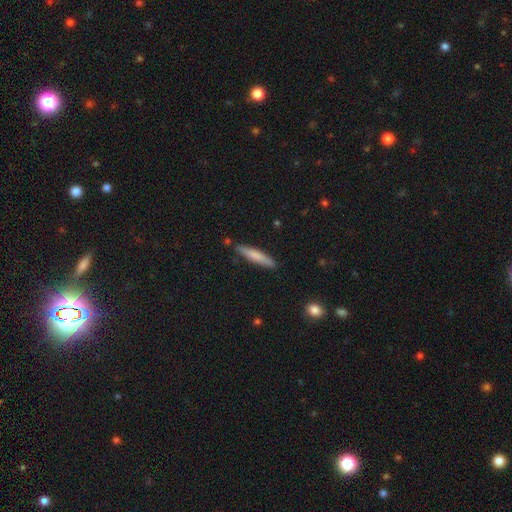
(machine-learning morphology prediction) smooth 74%, featured or disk 21%, star or artifact 6%. Down the decision tree: how rounded — cigar-shaped (90%); merging — none (85%).